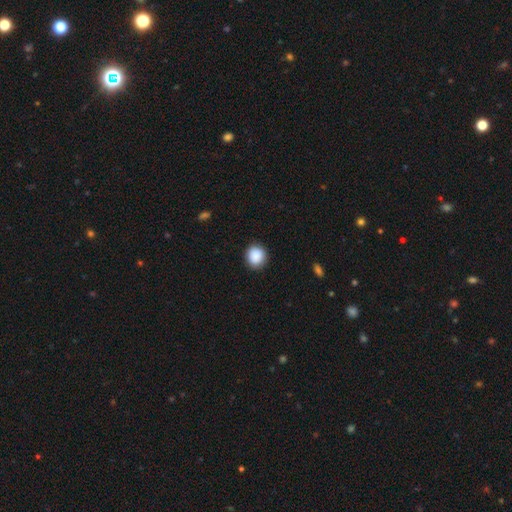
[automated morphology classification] A smooth galaxy with no disk features (89%) that is round (85%).

Vote fractions:
- Smooth or featured? smooth: 89% / star or artifact: 8% / featured or disk: 3%
- How rounded? round: 85% / in between: 14% / cigar-shaped: 1%
- Merging? none: 89% / minor disturbance: 8% / major disturbance: 2% / merger: 1%